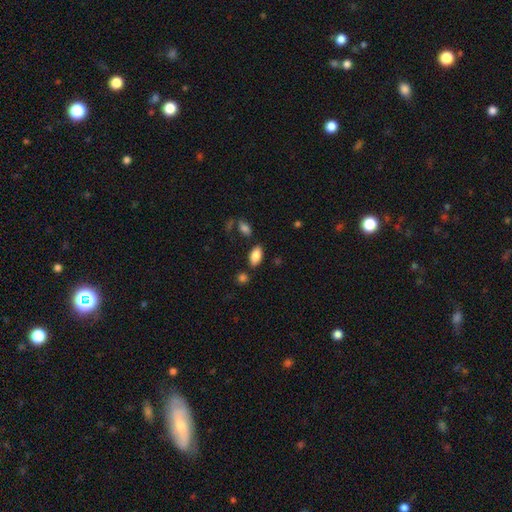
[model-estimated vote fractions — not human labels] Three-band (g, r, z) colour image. It shows a smooth galaxy with no disk features (87%) that is in between round and cigar-shaped (92%). Merging: none (82%).